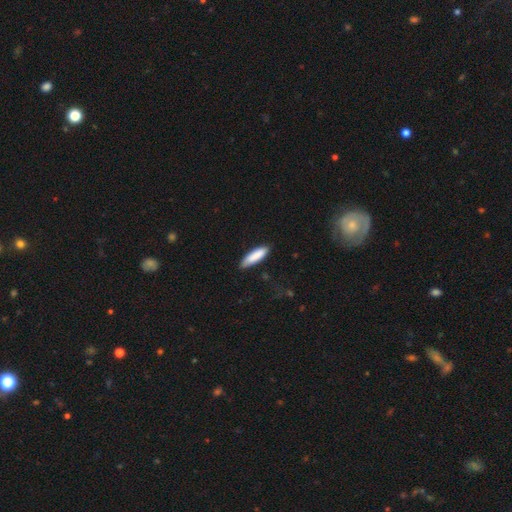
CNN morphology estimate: smooth 87%, featured or disk 8%, star or artifact 5%. Down the decision tree: how rounded — cigar-shaped (62%); merging — none (80%).